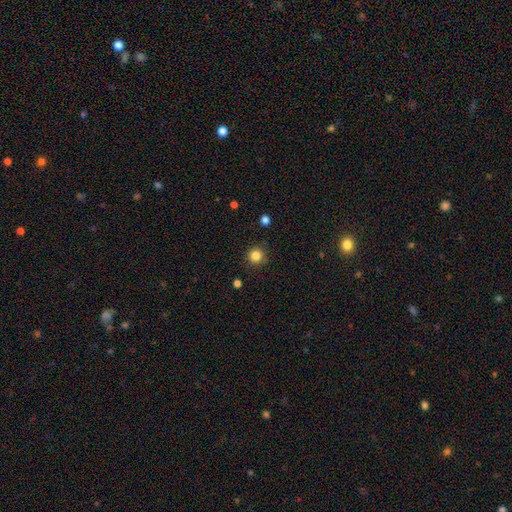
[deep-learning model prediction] A smooth galaxy with no disk features (84%) that is round (94%). Merging: none (89%).